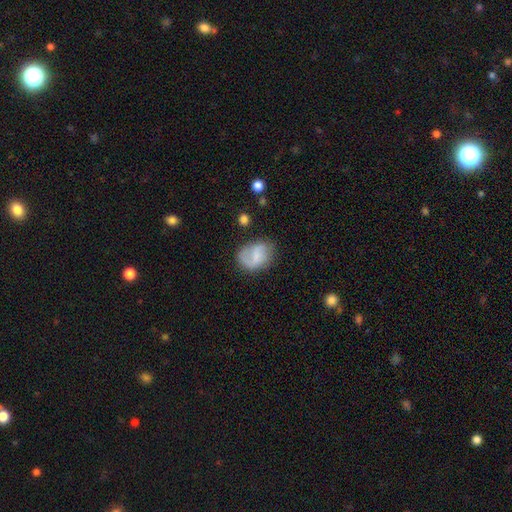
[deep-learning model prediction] A featured or disk galaxy (47%). Merging: none (60%).